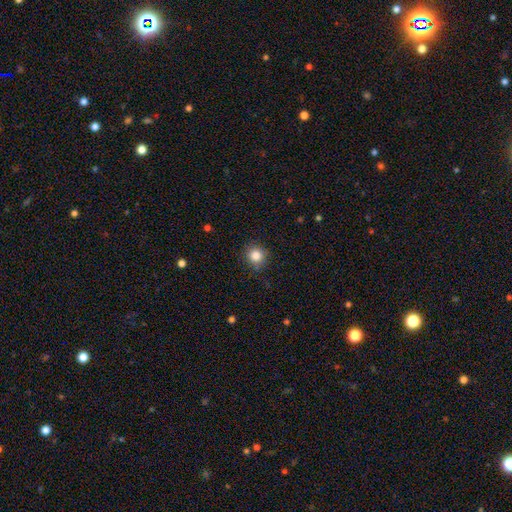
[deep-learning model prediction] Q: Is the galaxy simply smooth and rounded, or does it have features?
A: smooth — 85%.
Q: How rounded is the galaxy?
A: round — 91%.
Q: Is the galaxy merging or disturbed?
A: none — 86%.